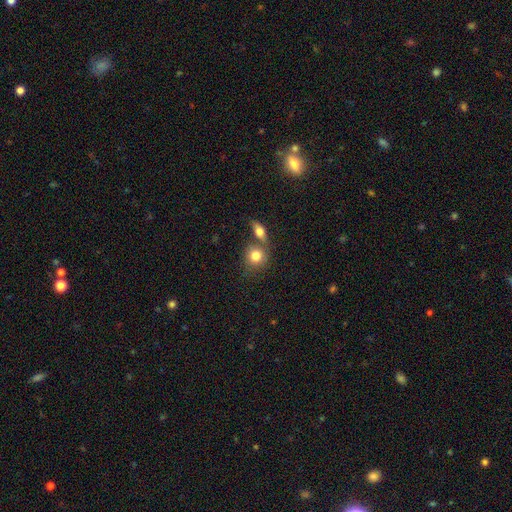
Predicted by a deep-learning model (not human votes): Smooth or featured? smooth (80%)
How rounded? round (79%)
Merging? none (49%)